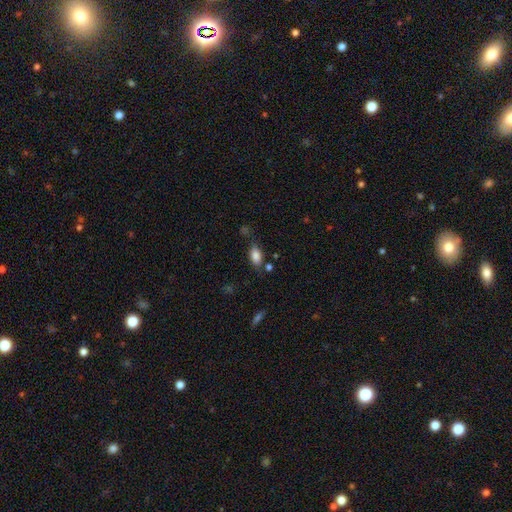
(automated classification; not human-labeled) Smooth or featured? smooth (83%)
How rounded? in between (89%)
Merging? none (67%)